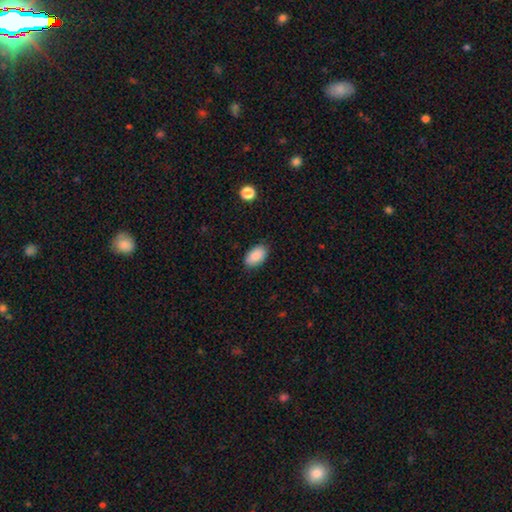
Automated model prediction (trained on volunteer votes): This appears to be a smooth galaxy with no disk features (88%) that is in between round and cigar-shaped (94%). Merging: none (85%).